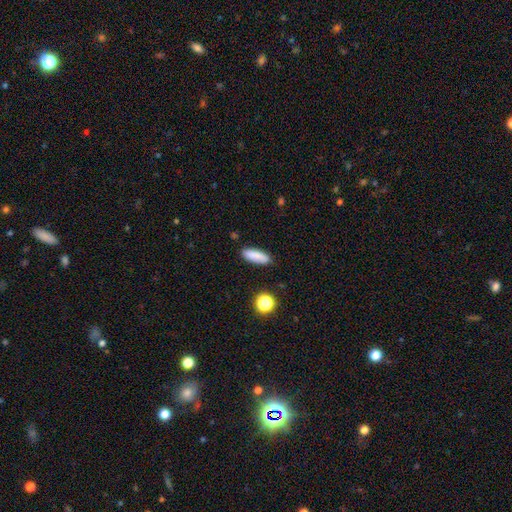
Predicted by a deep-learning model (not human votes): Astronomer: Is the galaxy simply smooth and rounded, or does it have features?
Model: smooth — 83%.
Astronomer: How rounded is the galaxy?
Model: in between — 55% (runner-up: cigar-shaped, 43%).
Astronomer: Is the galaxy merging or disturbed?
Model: none — 86%.